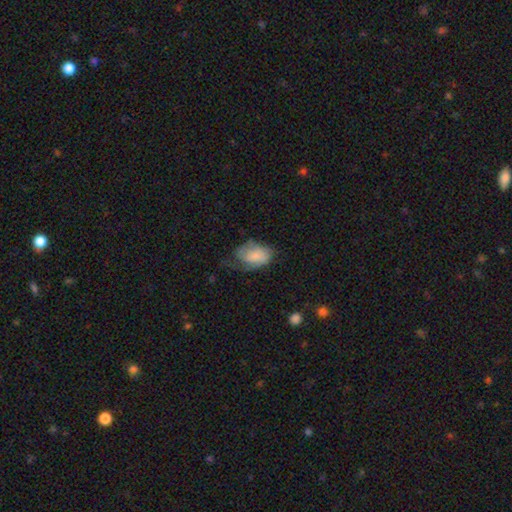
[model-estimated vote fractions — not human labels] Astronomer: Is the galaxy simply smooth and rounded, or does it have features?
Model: smooth — 67%.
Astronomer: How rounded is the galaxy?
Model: in between — 88%.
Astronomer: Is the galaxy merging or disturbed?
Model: minor disturbance — 35% (runner-up: none, 34%).